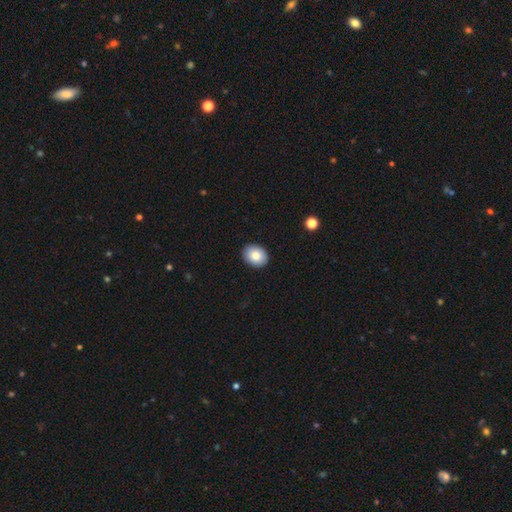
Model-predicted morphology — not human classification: Smooth or featured? smooth (83%)
How rounded? in between (56%)
Merging? none (91%)